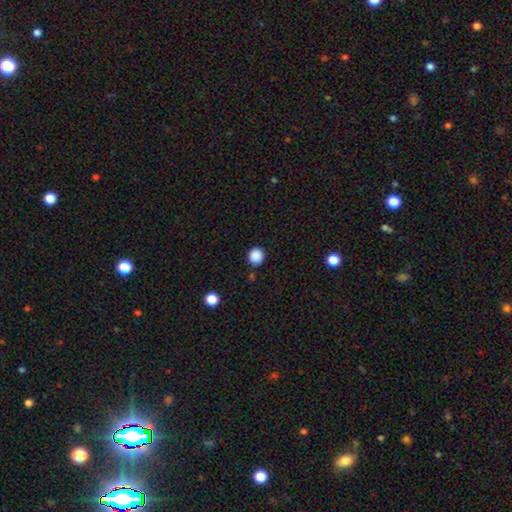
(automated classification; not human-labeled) Smooth or featured: smooth — 87% (star or artifact — 10%)
How rounded: round — 92% (in between — 7%)
Merging: none — 88% (minor disturbance — 7%)